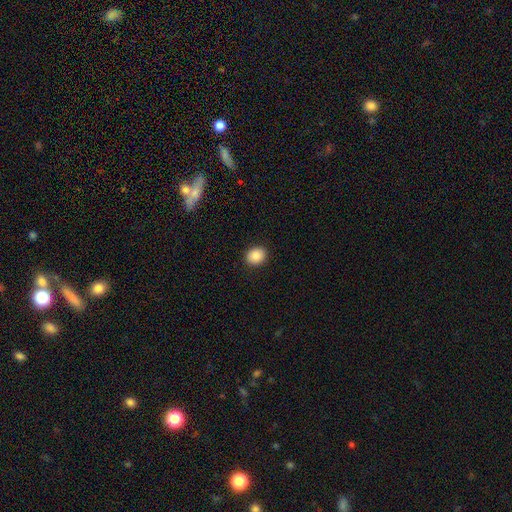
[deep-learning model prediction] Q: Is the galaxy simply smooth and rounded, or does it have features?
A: smooth — 87%.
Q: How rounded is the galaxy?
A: round — 60%.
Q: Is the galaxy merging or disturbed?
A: none — 91%.